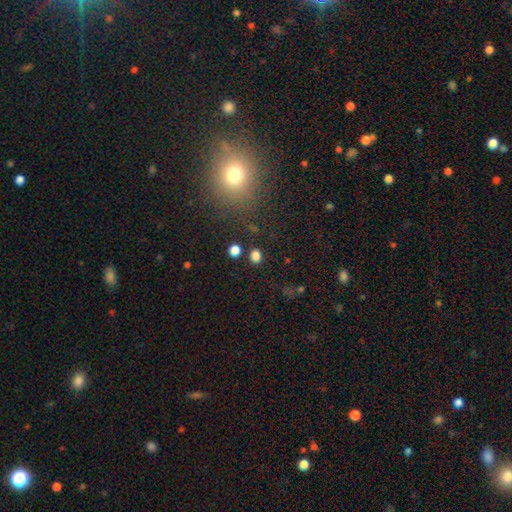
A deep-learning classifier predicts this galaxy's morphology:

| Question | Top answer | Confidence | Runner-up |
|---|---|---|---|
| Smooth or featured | smooth | 80% | star or artifact (16%) |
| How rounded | round | 69% | in between (29%) |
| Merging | none | 86% | minor disturbance (7%) |